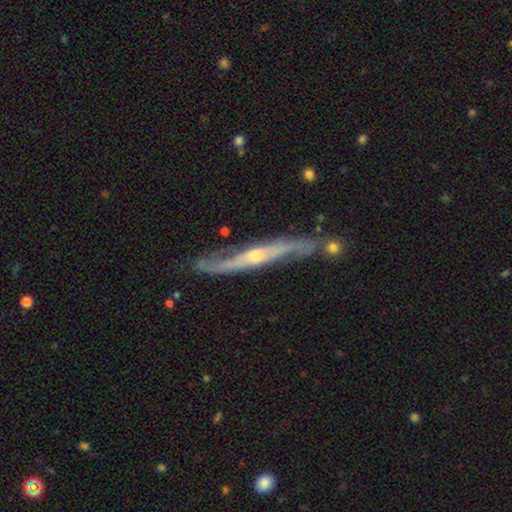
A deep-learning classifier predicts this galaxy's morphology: Smooth or featured: featured or disk — 84% (smooth — 11%)
Edge-on disk: yes — 74% (no — 26%)
Edge-on bulge: rounded — 77% (none — 19%)
Merging: none — 69% (minor disturbance — 20%)